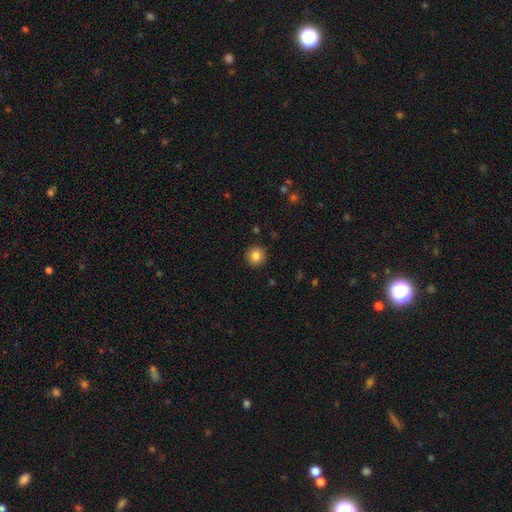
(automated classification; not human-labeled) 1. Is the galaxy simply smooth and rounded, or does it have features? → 84% smooth, 10% star or artifact, 6% featured or disk.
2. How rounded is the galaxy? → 94% round, 5% in between, 1% cigar-shaped.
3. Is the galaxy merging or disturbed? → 92% none, 6% minor disturbance, 2% major disturbance, 1% merger.